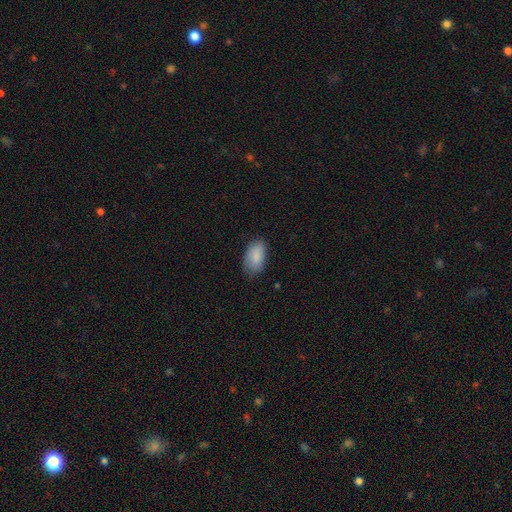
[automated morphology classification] This appears to be a smooth galaxy with no disk features (87%) that is in between round and cigar-shaped (94%). Merging: none (72%).